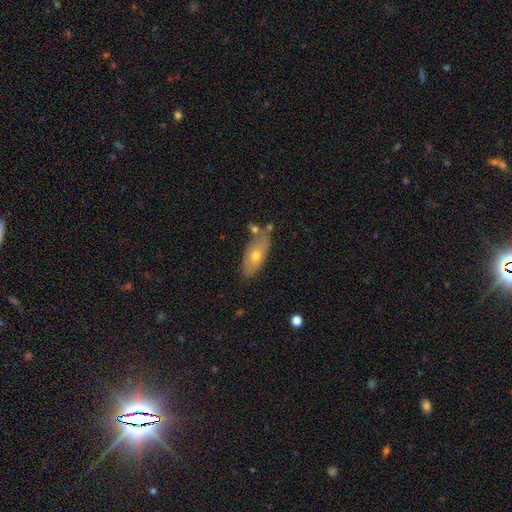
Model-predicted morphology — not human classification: The model was most divided on "smooth or featured": smooth: 60%, featured or disk: 33%, star or artifact: 7%. More confident: how rounded — in between (77%); merging — none (70%).